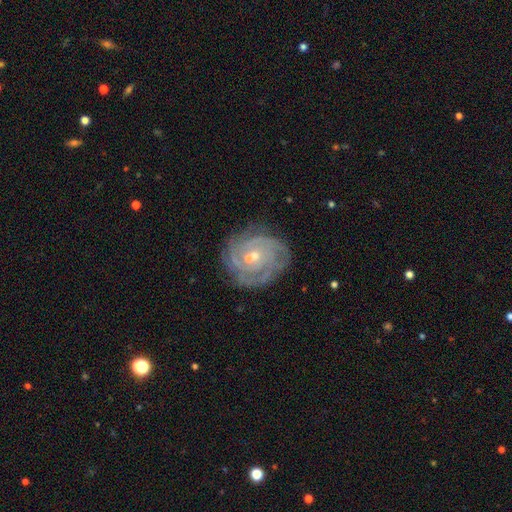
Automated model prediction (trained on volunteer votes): A featured or disk galaxy (85%) with no bar (47%), 3 (25%, tied with can't tell) tight (77%) spiral arms (97%) and a small central bulge (61%). Merging: none (77%).